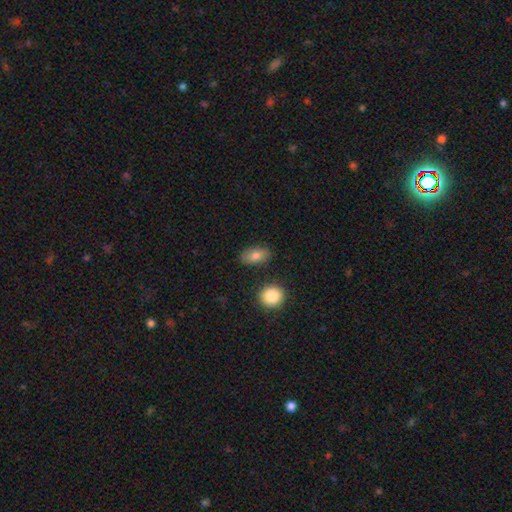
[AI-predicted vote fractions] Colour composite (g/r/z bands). It shows a smooth galaxy with no disk features (81%) that is in between round and cigar-shaped (88%). Merging: none (82%).